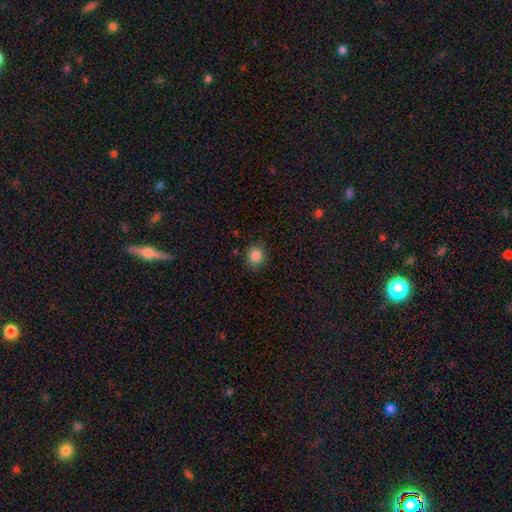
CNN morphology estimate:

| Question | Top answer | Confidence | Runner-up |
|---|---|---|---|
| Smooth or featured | smooth | 85% | star or artifact (11%) |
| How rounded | round | 83% | in between (16%) |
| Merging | none | 86% | minor disturbance (9%) |